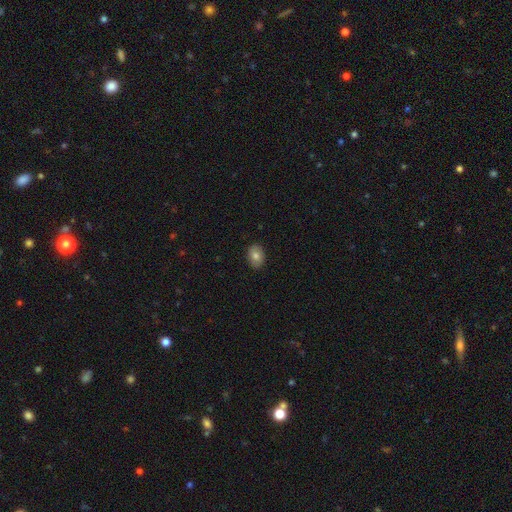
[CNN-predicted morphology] This appears to be a smooth galaxy with no disk features (78%) that is in between round and cigar-shaped (74%). Merging: none (88%).